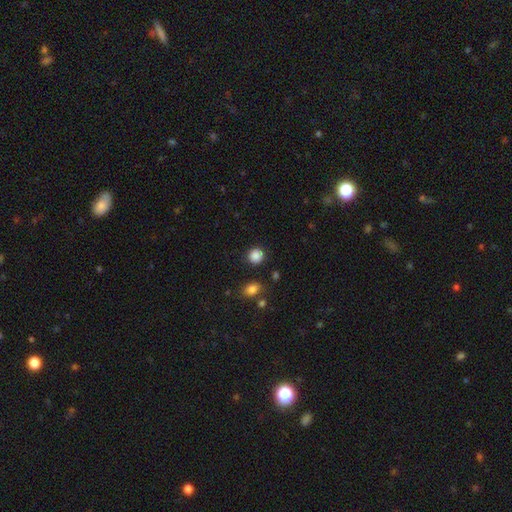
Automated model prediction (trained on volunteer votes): A smooth galaxy with no disk features (86%) that is round (89%). Merging: none (84%).